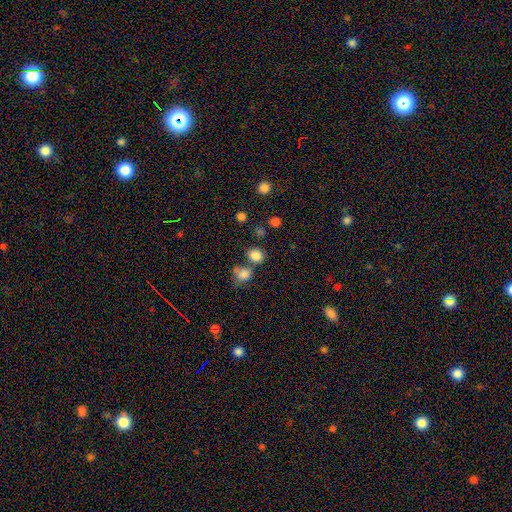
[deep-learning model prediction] This appears to be a smooth galaxy with no disk features (82%) that is round (68%). Merging: none (63%).